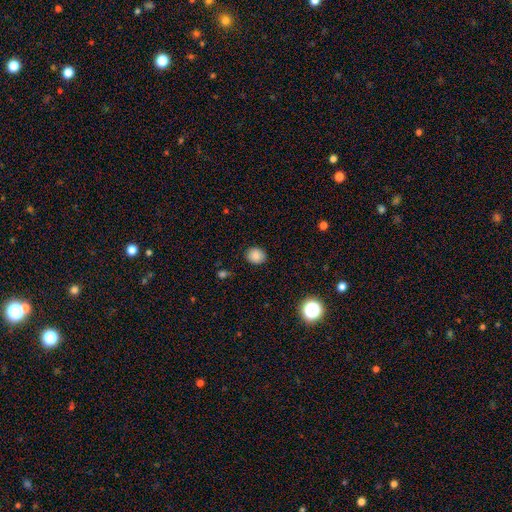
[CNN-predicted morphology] This is clearly a smooth galaxy (85%). How rounded: likely round (72%). Merging: clearly none (87%).